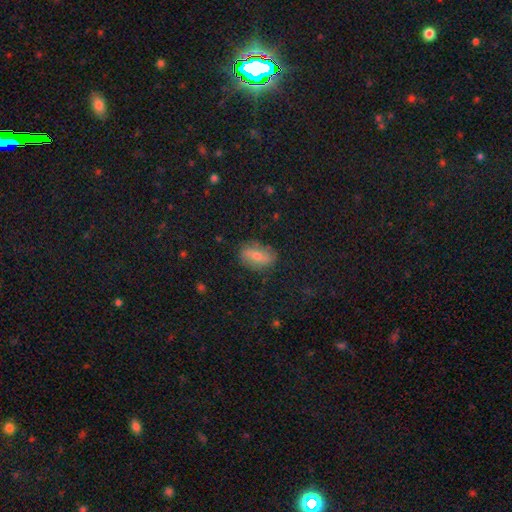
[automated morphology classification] Smooth or featured? smooth (53%)
How rounded? in between (83%)
Merging? none (81%)